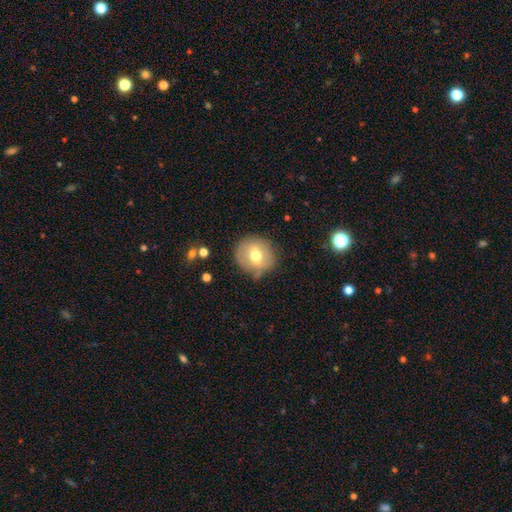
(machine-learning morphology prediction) Smooth or featured? smooth (61%)
How rounded? round (85%)
Merging? none (75%)